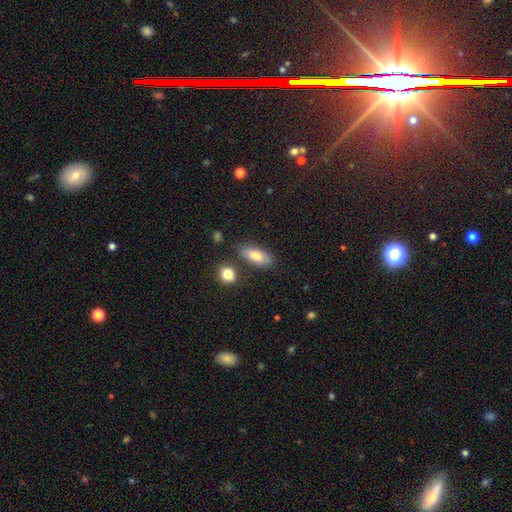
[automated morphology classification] Smooth or featured? smooth (79%)
How rounded? in between (82%)
Merging? none (78%)